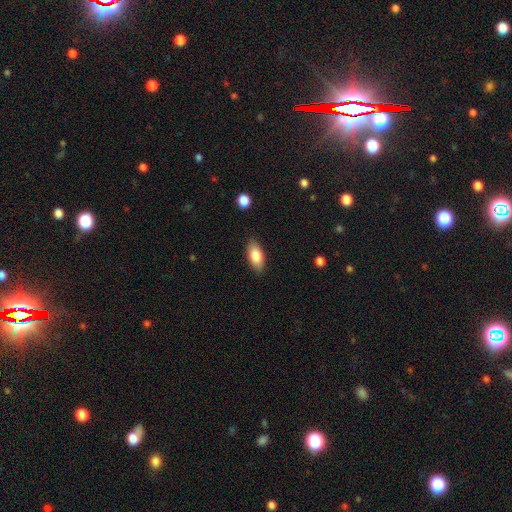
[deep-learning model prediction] Morphology: type=smooth (83%); roundness=in between (87%); merging=none (87%).